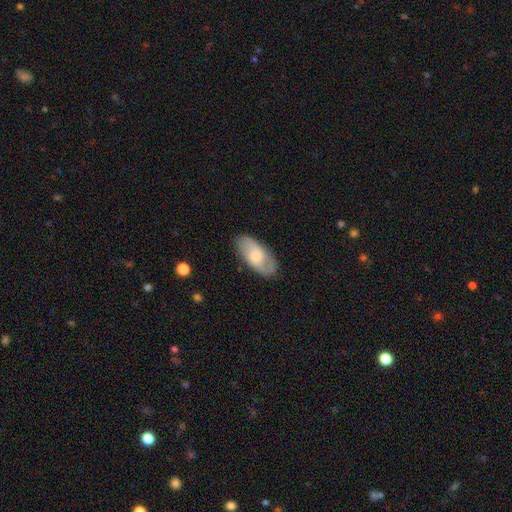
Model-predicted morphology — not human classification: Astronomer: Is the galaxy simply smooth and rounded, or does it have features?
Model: featured or disk — 51% (runner-up: smooth, 44%).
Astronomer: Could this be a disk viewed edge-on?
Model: no — 91%.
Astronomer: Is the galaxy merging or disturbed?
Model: none — 80%.